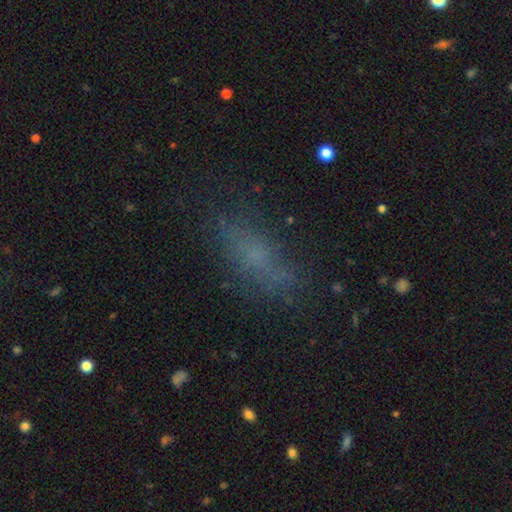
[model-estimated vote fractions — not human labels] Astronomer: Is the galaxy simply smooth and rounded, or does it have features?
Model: smooth — 57%.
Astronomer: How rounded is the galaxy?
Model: in between — 56% (runner-up: cigar-shaped, 39%).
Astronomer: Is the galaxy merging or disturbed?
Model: none — 69%.